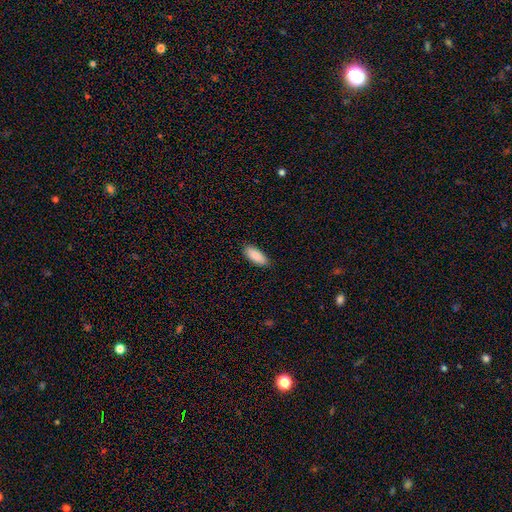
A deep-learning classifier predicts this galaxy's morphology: type=smooth (89%); roundness=in between (83%); merging=none (87%).